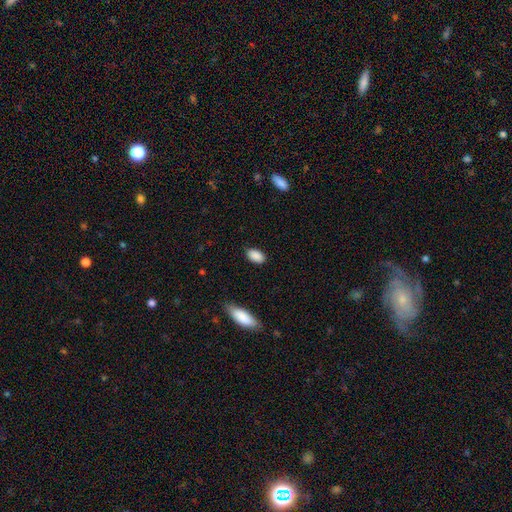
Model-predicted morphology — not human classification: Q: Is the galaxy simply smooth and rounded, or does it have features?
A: smooth — 89%.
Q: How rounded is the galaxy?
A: in between — 92%.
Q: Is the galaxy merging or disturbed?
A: none — 84%.